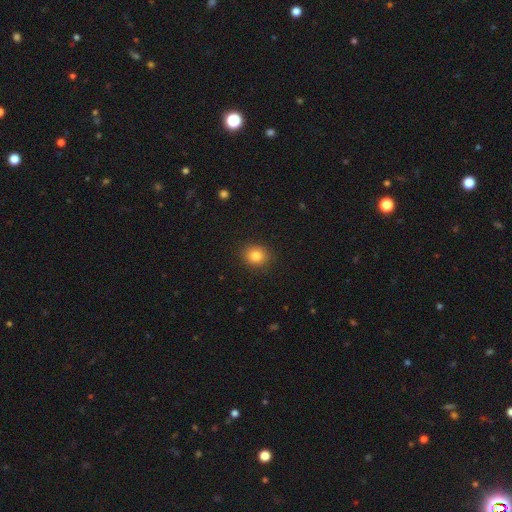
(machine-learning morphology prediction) The model was most divided on "how rounded": round: 73%, in between: 27%, cigar-shaped: 1%. More confident: merging — none (89%); smooth or featured — smooth (83%).